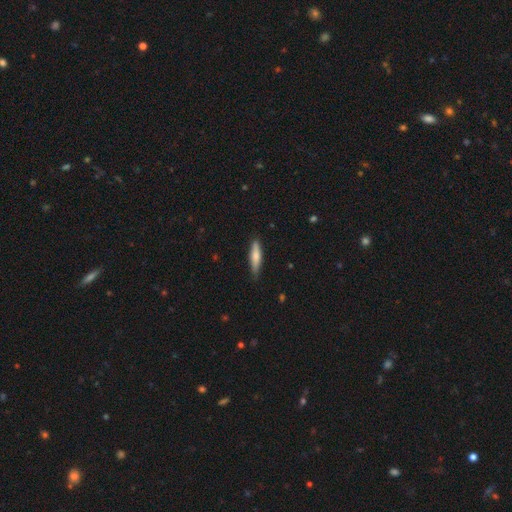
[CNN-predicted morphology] This appears to be a smooth galaxy with no disk features (69%) that is cigar-shaped (78%). Merging: none (83%).